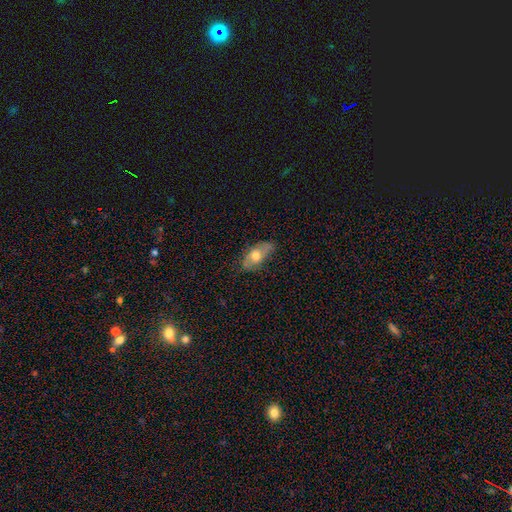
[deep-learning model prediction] smooth-or-featured: smooth: 52% | featured or disk: 40% | star or artifact: 8%
  how-rounded: in between: 84% | cigar-shaped: 11% | round: 6%
  merging: none: 70% | minor disturbance: 23% | major disturbance: 5% | merger: 2%